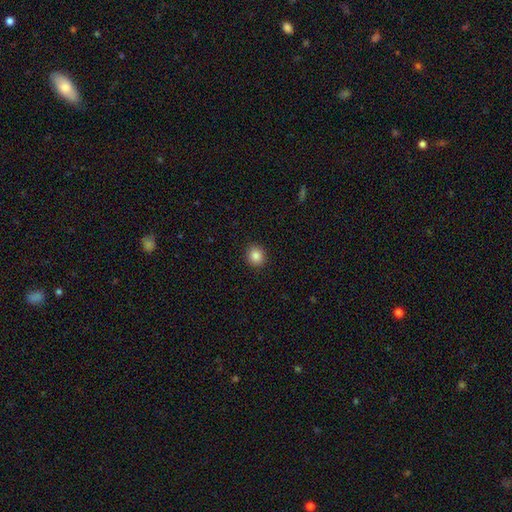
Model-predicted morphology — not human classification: Smooth or featured: smooth — 86% (star or artifact — 10%)
How rounded: round — 83% (in between — 16%)
Merging: none — 92% (minor disturbance — 5%)